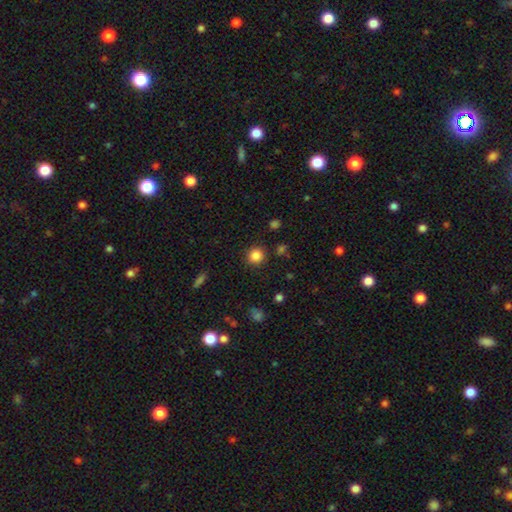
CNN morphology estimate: A smooth galaxy with no disk features (84%) that is round (91%). Merging: none (89%).